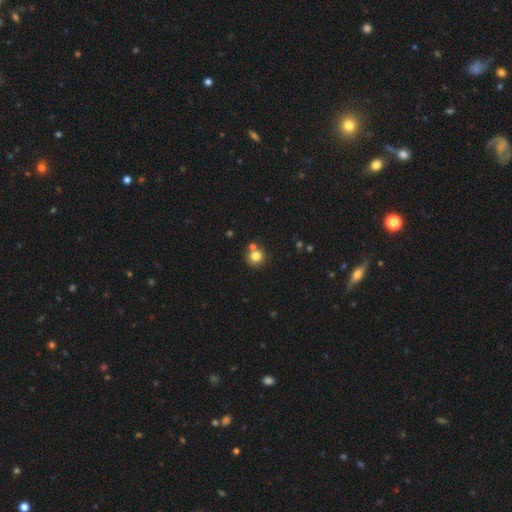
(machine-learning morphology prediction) Smooth or featured?
  - smooth: 80% *
  - star or artifact: 12%
  - featured or disk: 8%
How rounded?
  - round: 90% *
  - in between: 9%
  - cigar-shaped: 1%
Merging?
  - none: 67% *
  - merger: 22%
  - minor disturbance: 8%
  - major disturbance: 3%